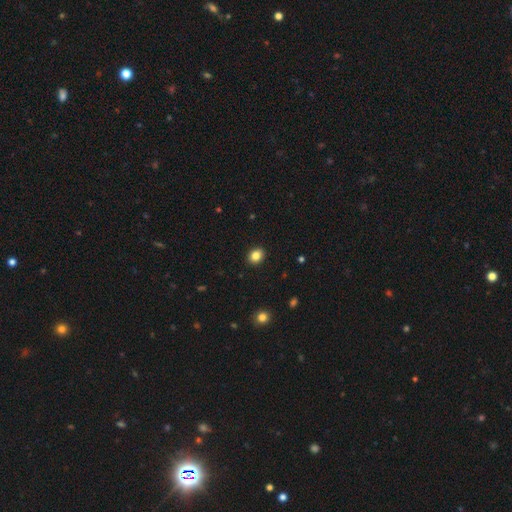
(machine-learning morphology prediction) The model was most divided on "how rounded": round: 56%, in between: 43%, cigar-shaped: 1%. More confident: merging — none (91%); smooth or featured — smooth (84%).